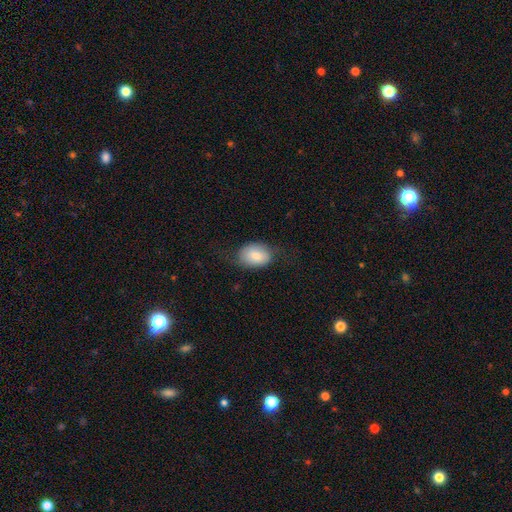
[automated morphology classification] The model was most divided on "merging": none: 67%, minor disturbance: 22%, major disturbance: 10%, merger: 1%. More confident: how rounded — in between (77%); smooth or featured — smooth (75%).